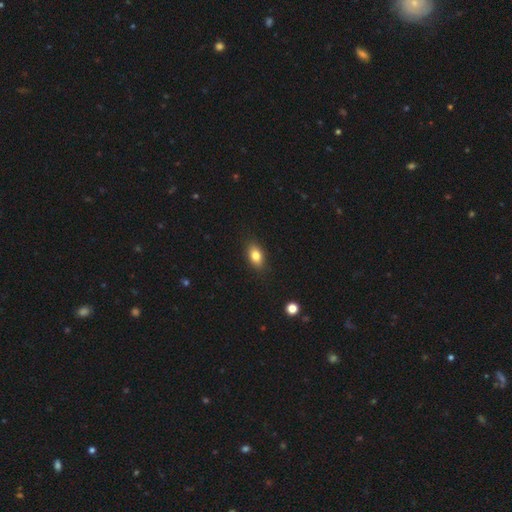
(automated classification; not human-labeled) A smooth galaxy with no disk features (81%) that is in between round and cigar-shaped (86%). Merging: none (87%).